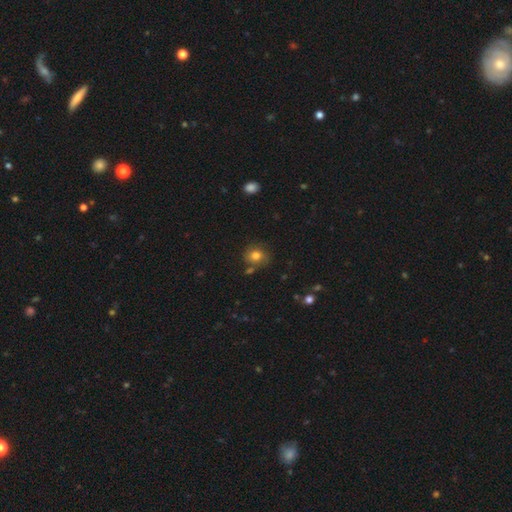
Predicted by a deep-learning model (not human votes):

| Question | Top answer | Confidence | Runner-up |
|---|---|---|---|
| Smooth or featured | smooth | 79% | star or artifact (11%) |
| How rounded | round | 78% | in between (21%) |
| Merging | none | 74% | minor disturbance (14%) |